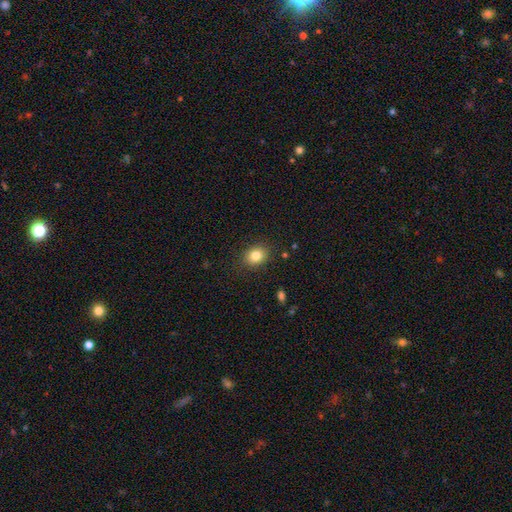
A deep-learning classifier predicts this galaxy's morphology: smooth 83%, star or artifact 10%, featured or disk 7%. Down the decision tree: how rounded — round (52%); merging — none (87%).